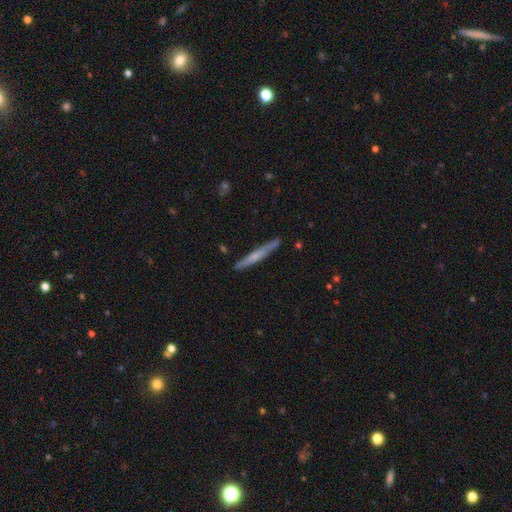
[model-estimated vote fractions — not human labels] A featured or disk galaxy (51%) viewed edge-on (96%).

Vote fractions:
- Smooth or featured? featured or disk: 51% / smooth: 44% / star or artifact: 6%
- Edge-on disk? yes: 96% / no: 4%
- Merging? none: 88% / minor disturbance: 9% / major disturbance: 2% / merger: 2%